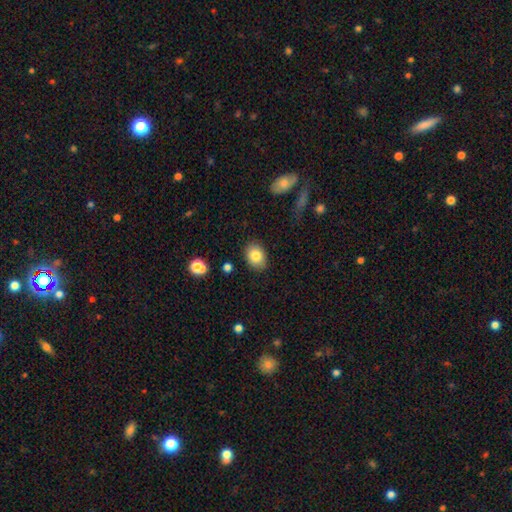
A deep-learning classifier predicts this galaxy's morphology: Smooth or featured? smooth (83%)
How rounded? in between (70%)
Merging? none (86%)